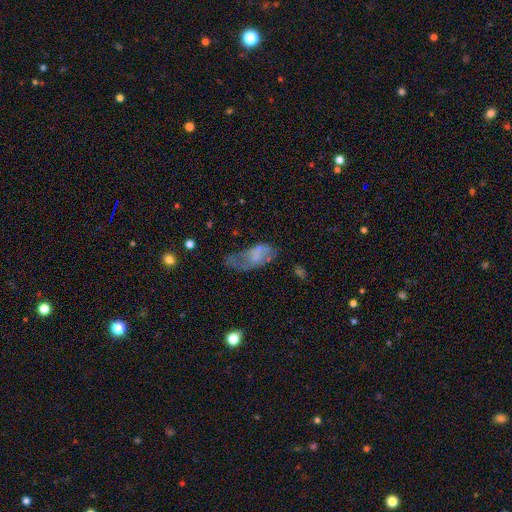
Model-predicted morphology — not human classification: This is possibly a smooth galaxy (52%). How rounded: clearly in between (89%). Merging: marginally major disturbance (36%).